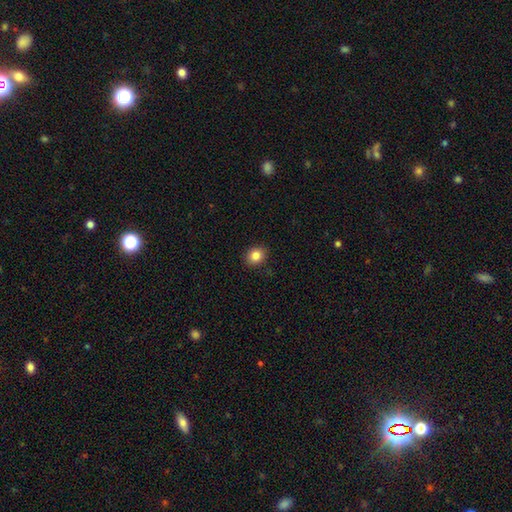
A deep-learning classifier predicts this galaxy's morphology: This is clearly a smooth galaxy (84%). How rounded: likely round (64%). Merging: clearly none (89%).